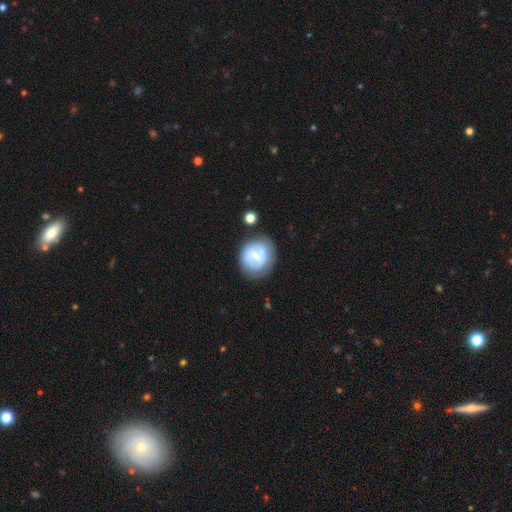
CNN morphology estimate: This is possibly a featured or disk galaxy (47%). Merging: likely none (63%).